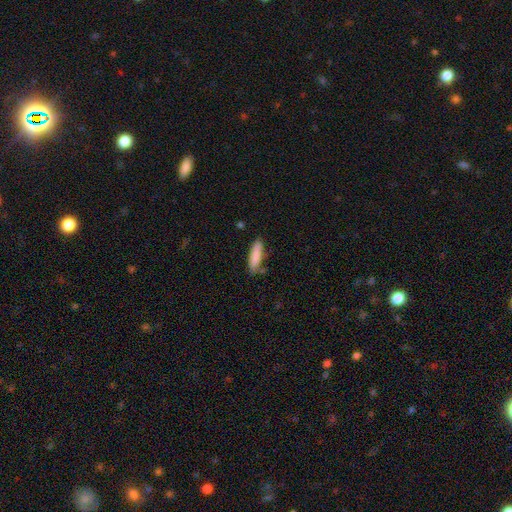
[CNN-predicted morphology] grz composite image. It shows a smooth galaxy with no disk features (86%) that is cigar-shaped (67%). Merging: none (76%).